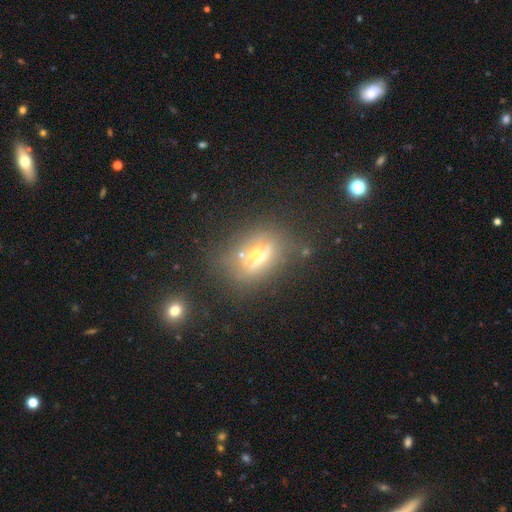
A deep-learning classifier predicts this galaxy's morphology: type=featured or disk (53%); edge-on=yes (63%); merging=none (64%).